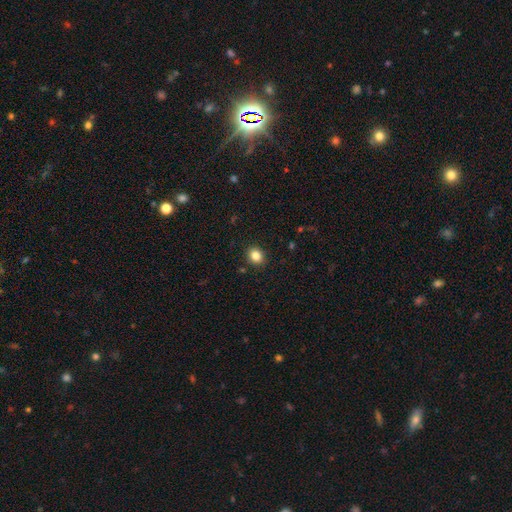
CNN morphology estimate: smooth 84%, star or artifact 11%, featured or disk 5%. Down the decision tree: how rounded — round (71%); merging — none (90%).